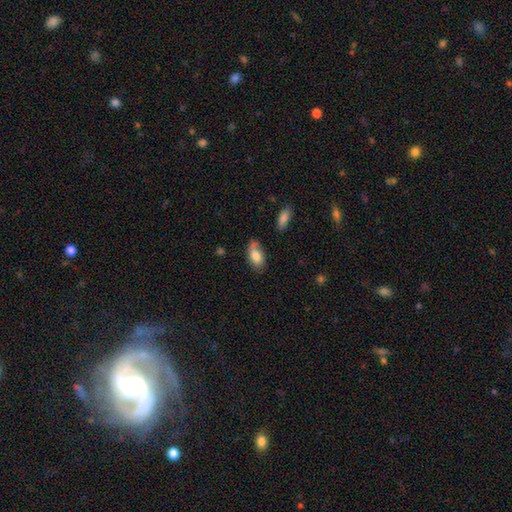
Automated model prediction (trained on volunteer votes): smooth-or-featured: smooth: 78% | featured or disk: 15% | star or artifact: 7%
  how-rounded: in between: 92% | round: 4% | cigar-shaped: 4%
  merging: none: 62% | minor disturbance: 26% | major disturbance: 6% | merger: 6%